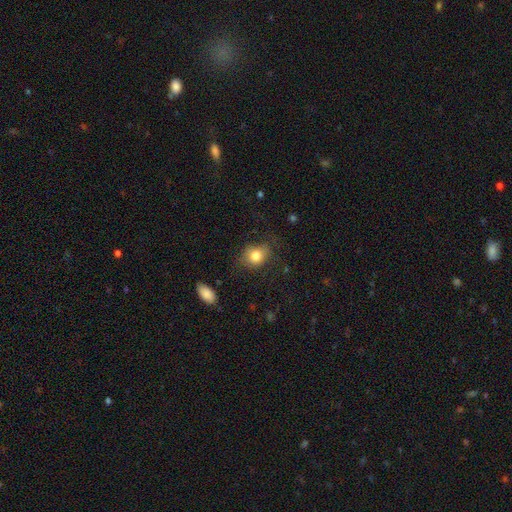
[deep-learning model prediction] Overall: smooth (82%). How rounded: round (51%; in between 47%). Merging: none (67%).